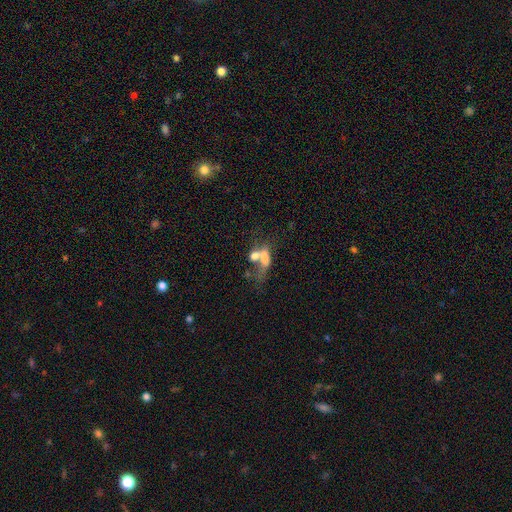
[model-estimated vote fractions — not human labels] Morphology: type=smooth (54%); roundness=in between (69%); merging=merger (55%).